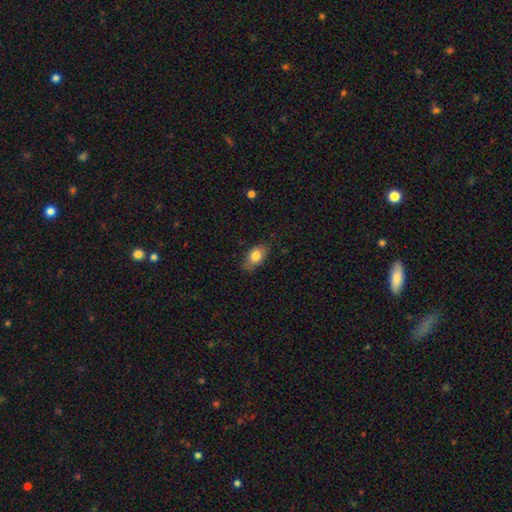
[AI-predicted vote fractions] A smooth galaxy with no disk features (81%) that is in between round and cigar-shaped (84%). Merging: none (75%).